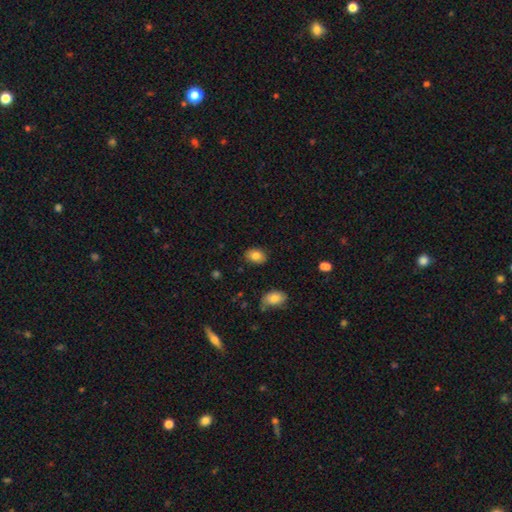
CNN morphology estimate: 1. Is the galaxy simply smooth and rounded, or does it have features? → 83% smooth, 9% featured or disk, 8% star or artifact.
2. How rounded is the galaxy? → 81% in between, 18% round, 1% cigar-shaped.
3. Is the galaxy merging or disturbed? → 86% none, 10% minor disturbance, 2% major disturbance, 2% merger.